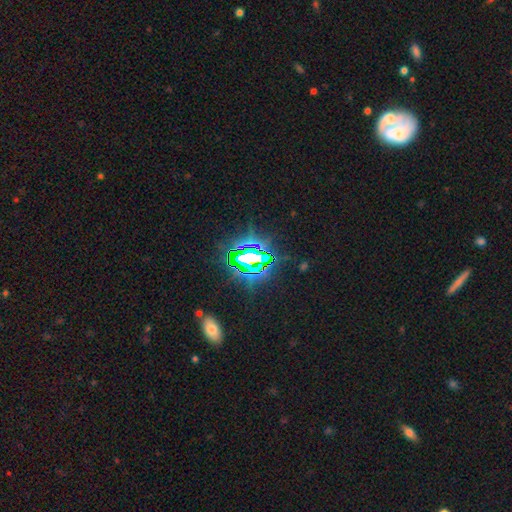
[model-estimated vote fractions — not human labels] A star or artifact, not a galaxy (78%).

Vote fractions:
- Smooth or featured? star or artifact: 78% / featured or disk: 11% / smooth: 11%